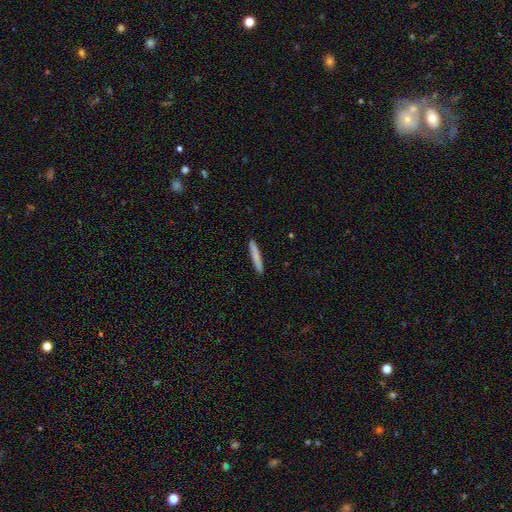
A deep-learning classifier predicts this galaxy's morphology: type=smooth (78%); roundness=cigar-shaped (95%); merging=none (92%).